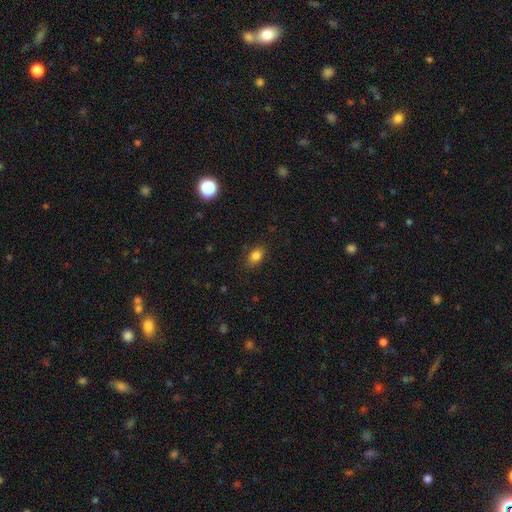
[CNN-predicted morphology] A smooth galaxy with no disk features (83%) that is in between round and cigar-shaped (83%). Merging: none (85%).